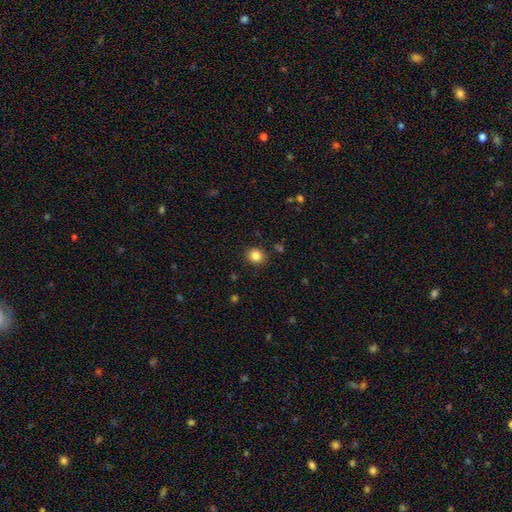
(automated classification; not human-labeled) Smooth or featured? smooth (84%)
How rounded? round (81%)
Merging? none (89%)